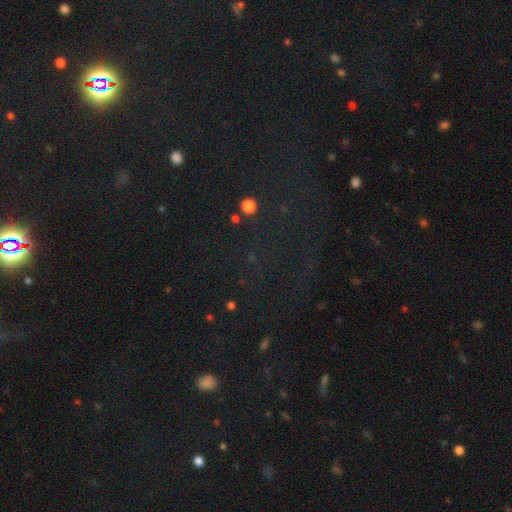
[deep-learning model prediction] Q: Smooth or featured?
A: star or artifact (73%); runner-up: smooth (18%)